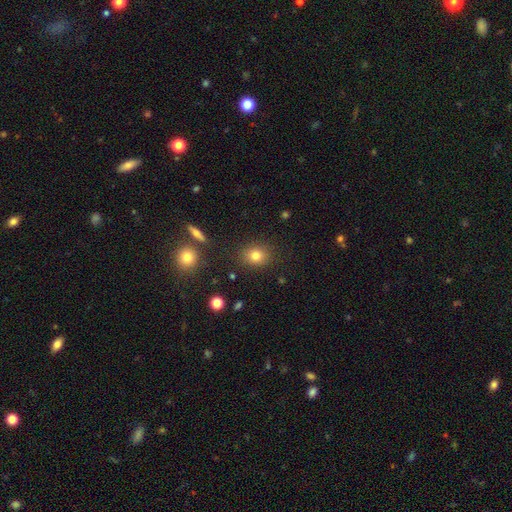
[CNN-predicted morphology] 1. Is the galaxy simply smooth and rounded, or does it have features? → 79% smooth, 13% star or artifact, 8% featured or disk.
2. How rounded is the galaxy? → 65% round, 34% in between, 1% cigar-shaped.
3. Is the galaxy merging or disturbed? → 86% none, 8% minor disturbance, 3% major disturbance, 2% merger.